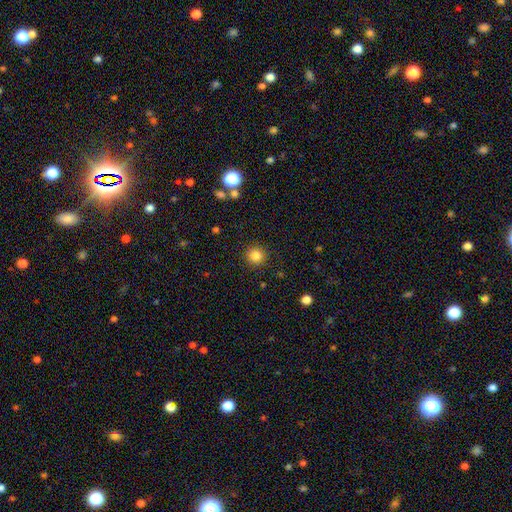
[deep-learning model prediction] smooth-or-featured: smooth: 84% | star or artifact: 11% | featured or disk: 5%
  how-rounded: round: 94% | in between: 5% | cigar-shaped: 1%
  merging: none: 90% | minor disturbance: 6% | major disturbance: 2% | merger: 1%